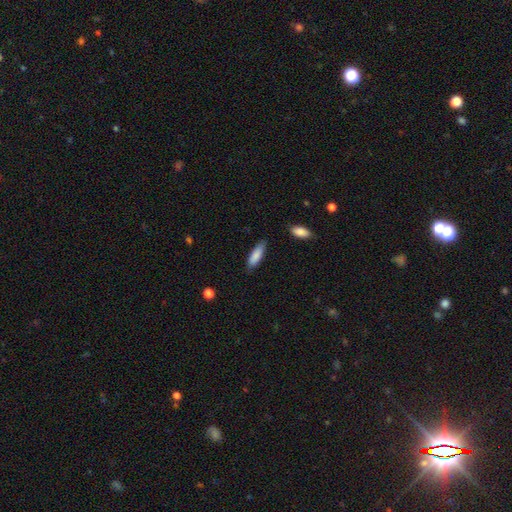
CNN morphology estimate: smooth 86%, featured or disk 9%, star or artifact 6%. Down the decision tree: how rounded — cigar-shaped (50%); merging — none (81%).